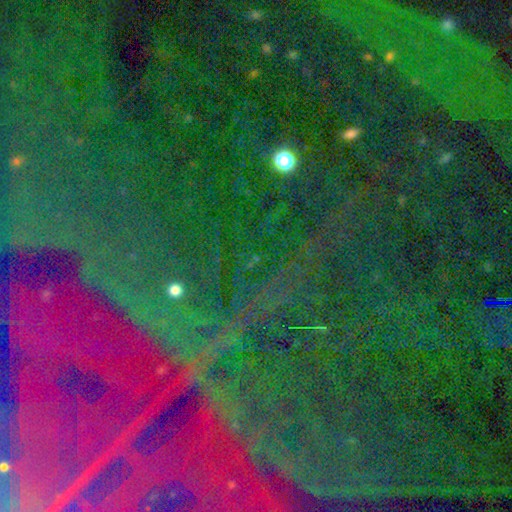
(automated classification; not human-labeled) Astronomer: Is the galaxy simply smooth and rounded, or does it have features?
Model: star or artifact — 80%.